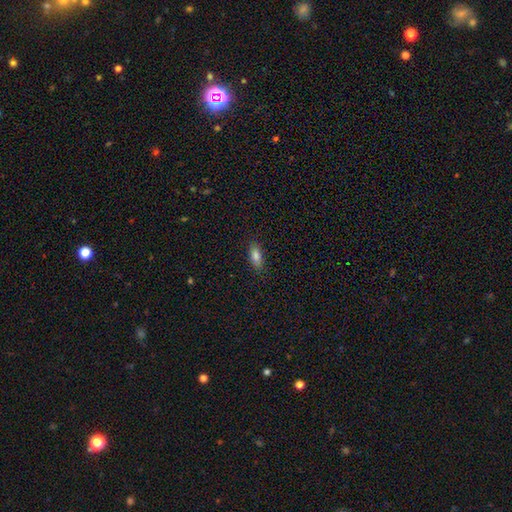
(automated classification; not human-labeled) smooth_or_featured: smooth (p=0.82) [alt: featured or disk p=0.09]
how_rounded: in between (p=0.81) [alt: cigar-shaped p=0.16]
merging: none (p=0.86) [alt: minor disturbance p=0.10]